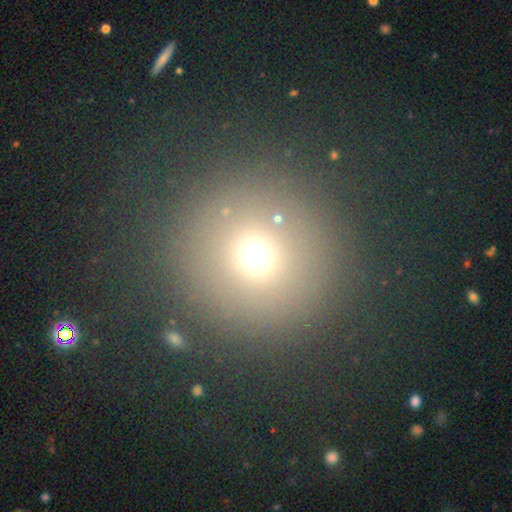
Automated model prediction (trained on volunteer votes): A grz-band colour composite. It shows a smooth galaxy with no disk features (68%) that is round (95%). Merging: none (85%).